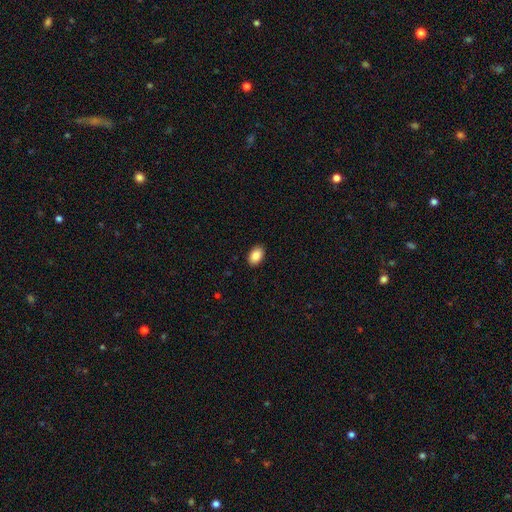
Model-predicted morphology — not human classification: smooth 88%, star or artifact 7%, featured or disk 4%. Down the decision tree: how rounded — in between (88%); merging — none (90%).